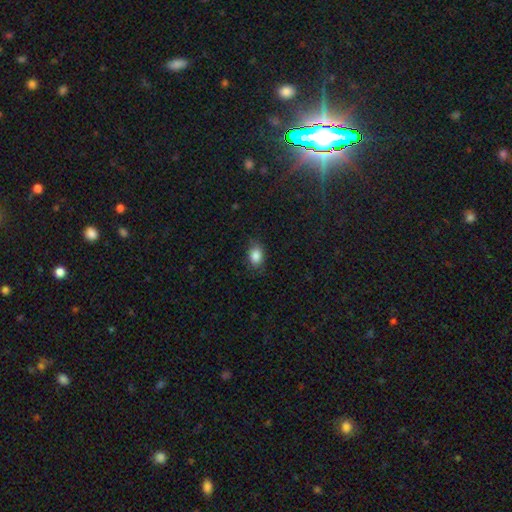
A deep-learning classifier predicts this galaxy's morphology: A smooth galaxy with no disk features (86%) that is in between round and cigar-shaped (78%). Merging: none (80%).